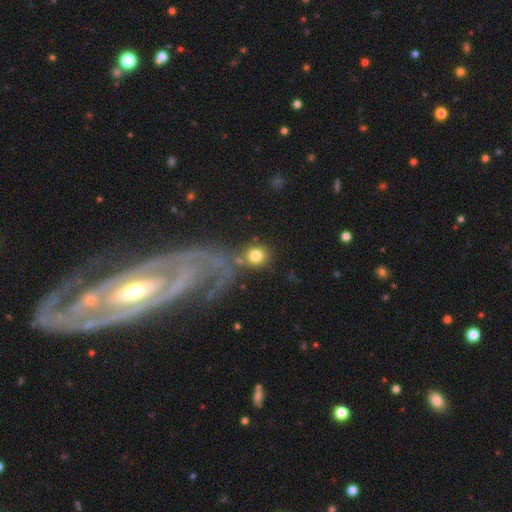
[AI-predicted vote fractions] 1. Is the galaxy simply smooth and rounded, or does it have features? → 78% smooth, 13% featured or disk, 9% star or artifact.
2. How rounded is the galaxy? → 79% round, 19% in between, 1% cigar-shaped.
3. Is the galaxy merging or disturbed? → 59% none, 19% merger, 13% minor disturbance, 10% major disturbance.